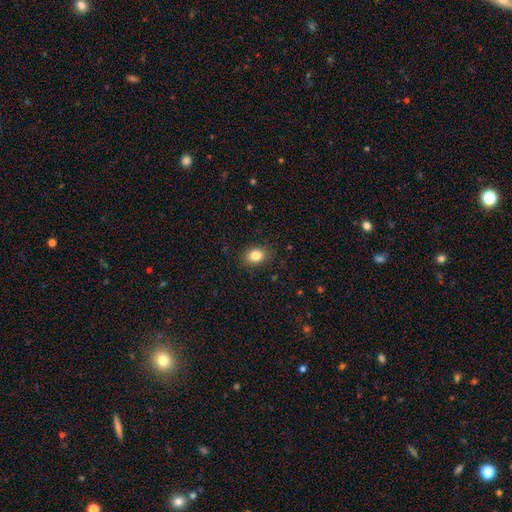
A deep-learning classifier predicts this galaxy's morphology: smooth_or_featured: smooth (p=0.84) [alt: star or artifact p=0.09]
how_rounded: in between (p=0.68) [alt: round p=0.31]
merging: none (p=0.86) [alt: minor disturbance p=0.10]